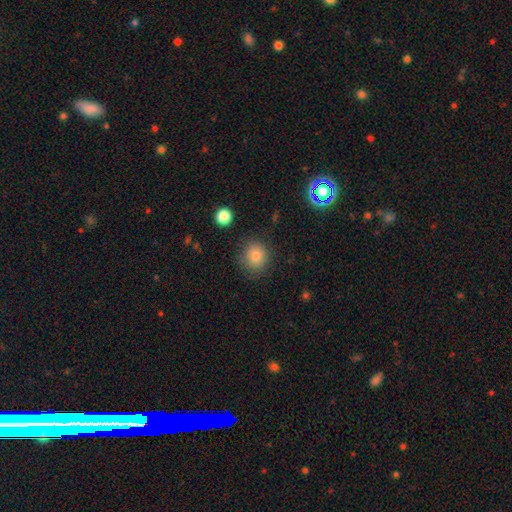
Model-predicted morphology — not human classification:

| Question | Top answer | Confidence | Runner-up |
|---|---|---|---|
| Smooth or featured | smooth | 80% | star or artifact (13%) |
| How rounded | round | 83% | in between (16%) |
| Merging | none | 84% | minor disturbance (10%) |